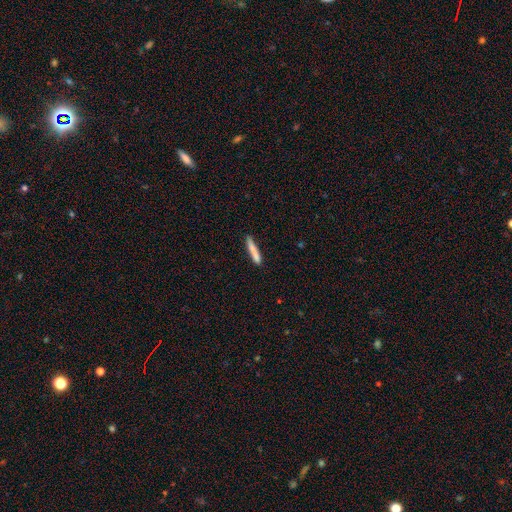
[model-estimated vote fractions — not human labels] smooth_or_featured: smooth (p=0.79) [alt: featured or disk p=0.15]
how_rounded: cigar-shaped (p=0.93) [alt: in between p=0.06]
merging: none (p=0.79) [alt: minor disturbance p=0.14]